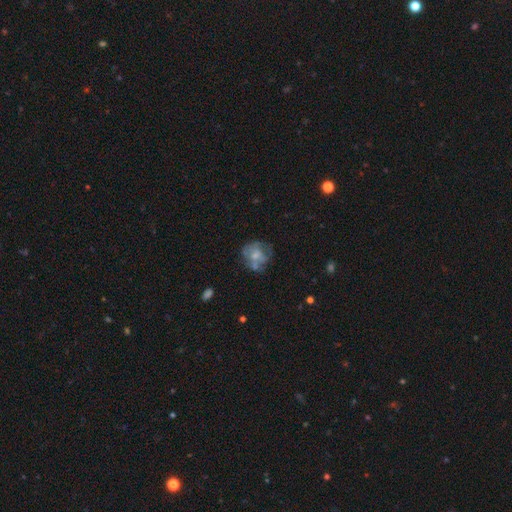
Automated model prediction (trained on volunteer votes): This appears to be a featured or disk galaxy (51%). Merging: none (49%).